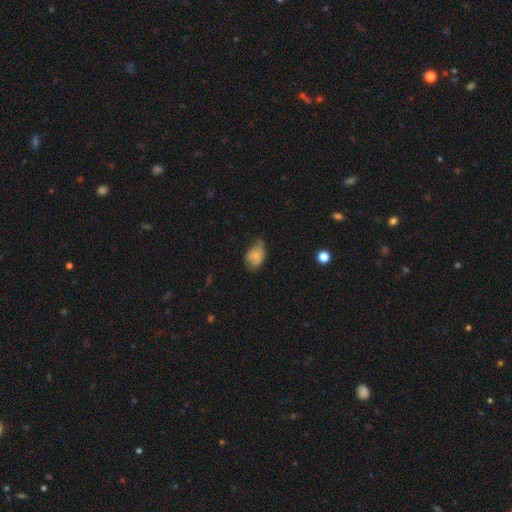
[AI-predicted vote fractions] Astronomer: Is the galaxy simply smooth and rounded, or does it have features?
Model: smooth — 66%.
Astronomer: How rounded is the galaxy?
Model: in between — 73%.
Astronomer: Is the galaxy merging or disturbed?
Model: none — 42% (runner-up: minor disturbance, 41%).